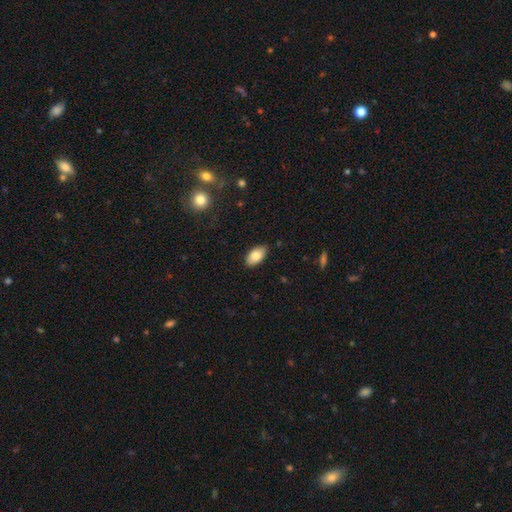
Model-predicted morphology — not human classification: Smooth or featured?
  - smooth: 82% *
  - featured or disk: 11%
  - star or artifact: 7%
How rounded?
  - in between: 94% *
  - round: 4%
  - cigar-shaped: 2%
Merging?
  - none: 86% *
  - minor disturbance: 11%
  - major disturbance: 2%
  - merger: 1%